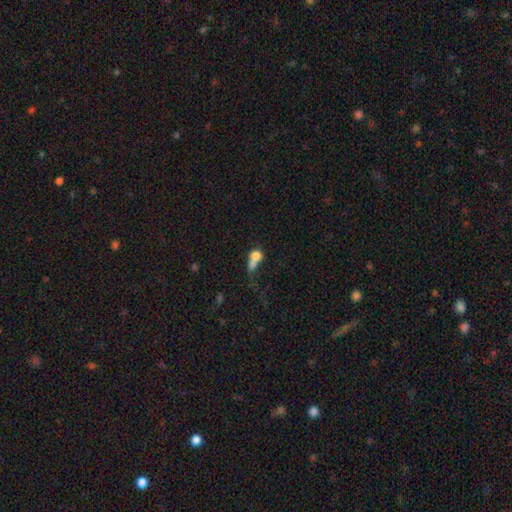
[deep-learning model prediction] This appears to be a smooth galaxy with no disk features (68%) that is round (50%). Merging: merger (57%).